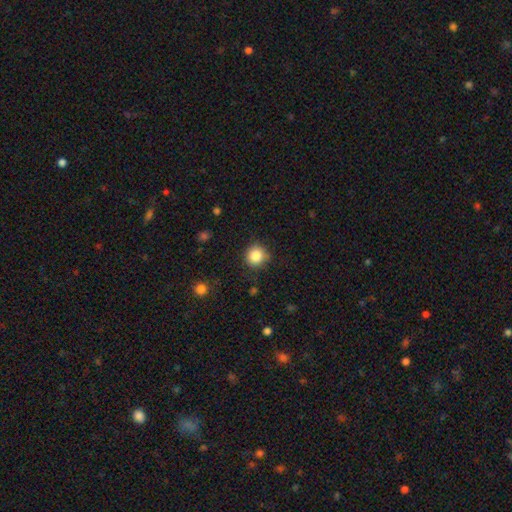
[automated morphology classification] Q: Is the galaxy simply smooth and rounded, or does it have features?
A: smooth — 85%.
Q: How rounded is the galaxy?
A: round — 91%.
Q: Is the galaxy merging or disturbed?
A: none — 83%.